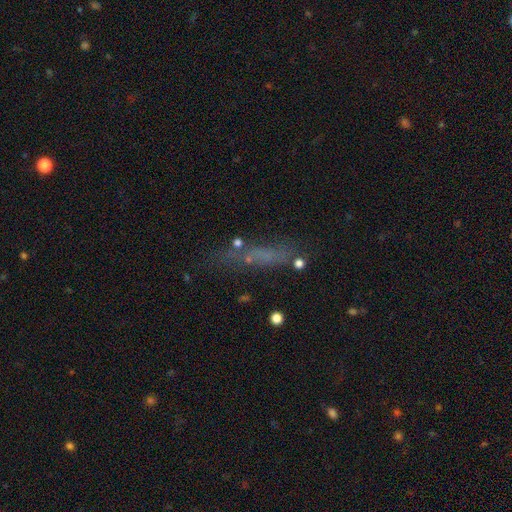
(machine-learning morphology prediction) Overall: smooth (44%; featured or disk 30%). Merging: none (63%).